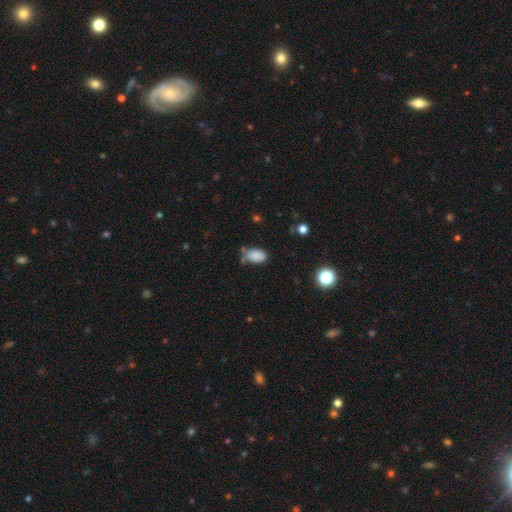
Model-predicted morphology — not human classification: Q: Smooth or featured?
A: smooth (84%); runner-up: star or artifact (9%)
Q: How rounded?
A: in between (89%); runner-up: round (9%)
Q: Merging?
A: none (55%); runner-up: minor disturbance (29%)